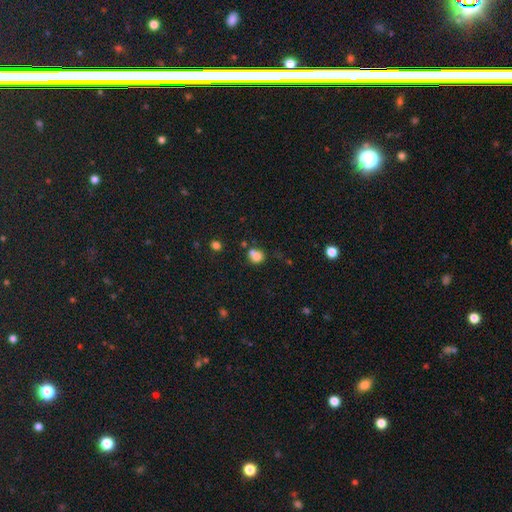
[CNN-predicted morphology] A smooth galaxy with no disk features (77%) that is round (69%). Merging: none (43%).